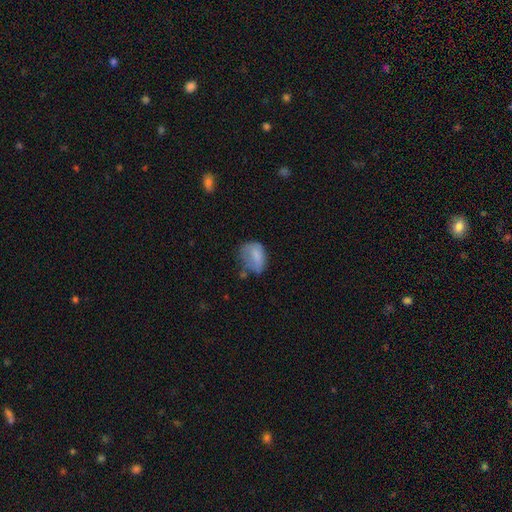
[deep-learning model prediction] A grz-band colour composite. It shows a smooth galaxy with no disk features (72%) that is in between round and cigar-shaped (75%). Merging: minor disturbance (34%).